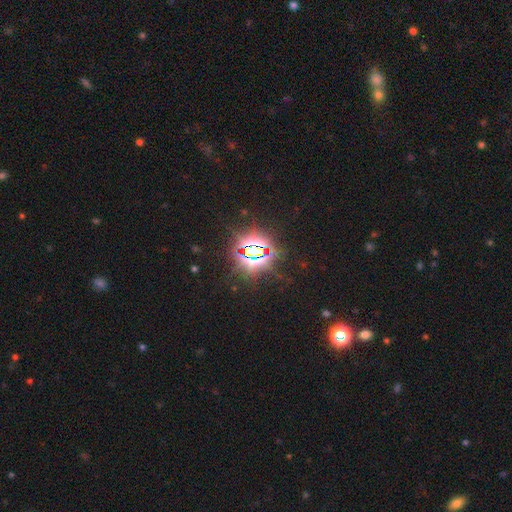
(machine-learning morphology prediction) This appears to be a star or artifact, not a galaxy (83%).